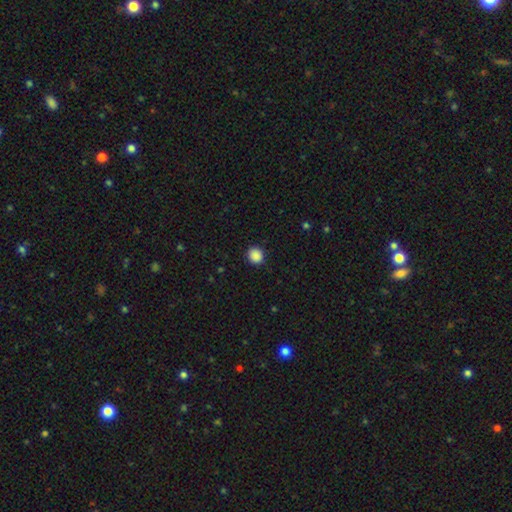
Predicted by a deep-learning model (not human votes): Morphology: type=smooth (88%); roundness=round (87%); merging=none (90%).